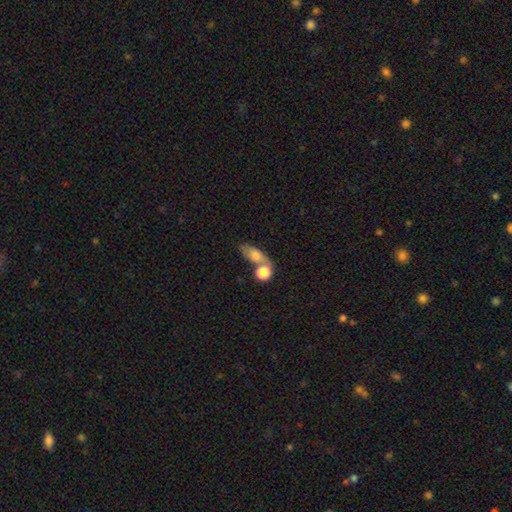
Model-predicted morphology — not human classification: Smooth or featured?
  - smooth: 73% *
  - featured or disk: 18%
  - star or artifact: 9%
How rounded?
  - in between: 65% *
  - round: 20%
  - cigar-shaped: 15%
Merging?
  - merger: 41% *
  - none: 36%
  - minor disturbance: 13%
  - major disturbance: 9%